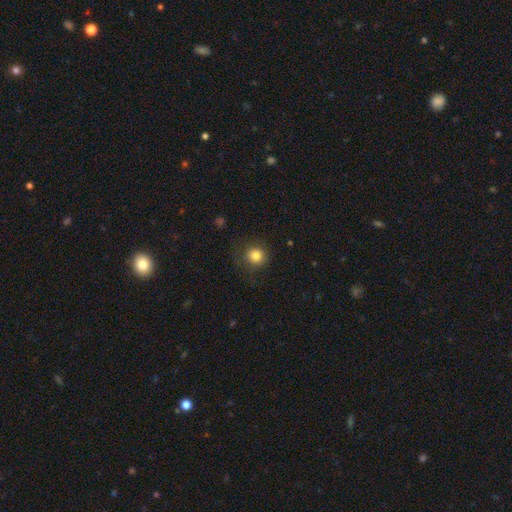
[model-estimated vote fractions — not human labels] This appears to be a smooth galaxy with no disk features (83%) that is round (93%). Merging: none (82%).